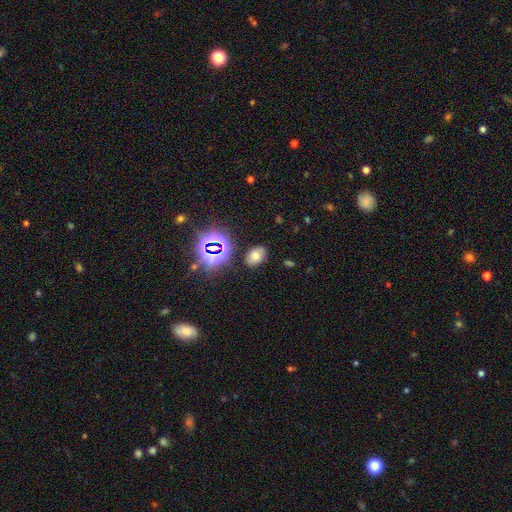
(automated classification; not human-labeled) The model was most divided on "smooth or featured": smooth: 61%, star or artifact: 25%, featured or disk: 14%. More confident: merging — none (84%); how rounded — in between (82%).